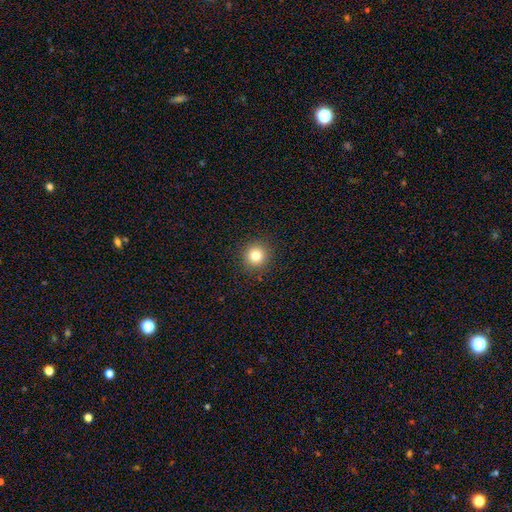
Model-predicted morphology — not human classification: The model was most divided on "smooth or featured": smooth: 80%, star or artifact: 13%, featured or disk: 7%. More confident: how rounded — round (94%); merging — none (91%).